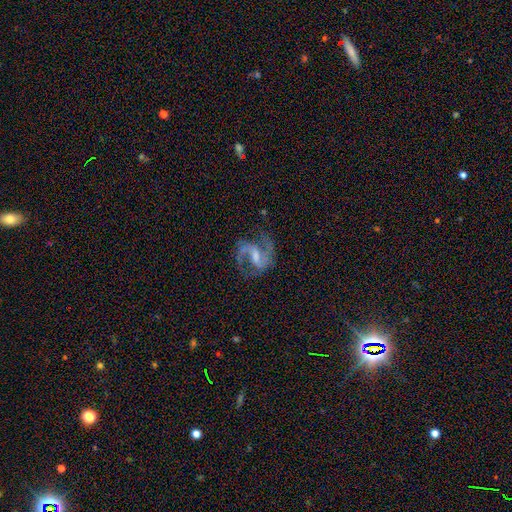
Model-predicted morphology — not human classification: Smooth or featured?
  - featured or disk: 89% *
  - star or artifact: 6%
  - smooth: 5%
Edge-on disk?
  - no: 98% *
  - yes: 2%
Bar?
  - weak: 51% *
  - strong: 33%
  - no: 15%
Spiral arms?
  - yes: 97% *
  - no: 3%
Spiral winding?
  - medium: 61% *
  - loose: 26%
  - tight: 13%
Spiral arm count?
  - 2: 90% *
  - 3: 3%
  - can't tell: 3%
  - 1: 2%
  - 4: 1%
  - more than 4: 1%
Bulge size?
  - small: 36% *
  - moderate: 35%
  - none: 21%
  - large: 6%
  - dominant: 1%
Merging?
  - none: 69% *
  - minor disturbance: 16%
  - major disturbance: 12%
  - merger: 2%